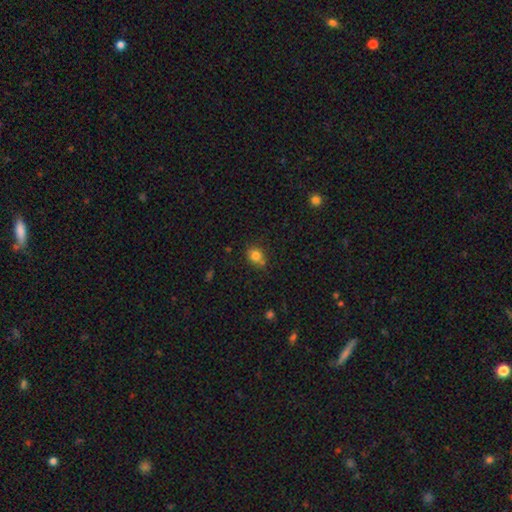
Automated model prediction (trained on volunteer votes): Smooth or featured? smooth (80%)
How rounded? round (69%)
Merging? none (67%)